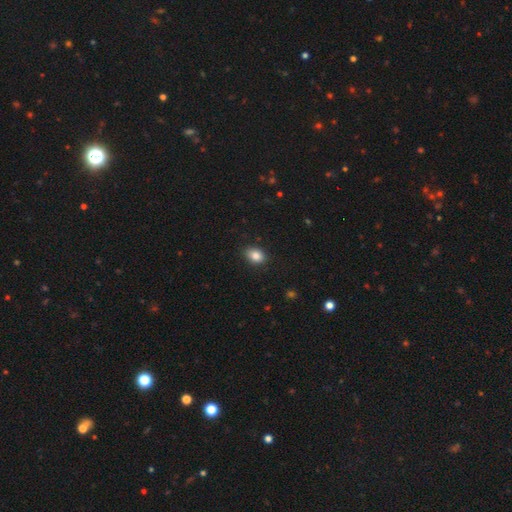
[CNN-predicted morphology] This appears to be a smooth galaxy with no disk features (86%) that is in between round and cigar-shaped (74%). Merging: none (87%).